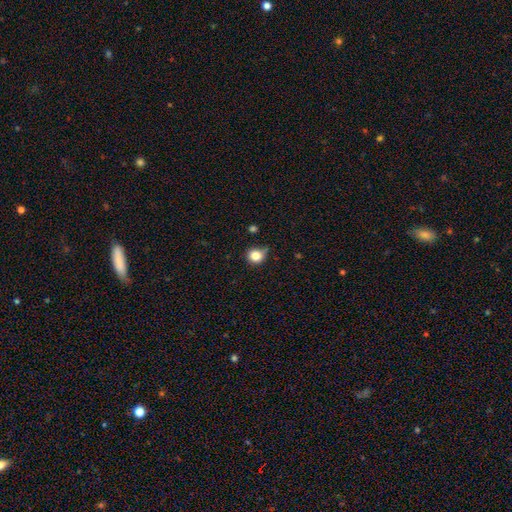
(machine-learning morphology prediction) This appears to be a smooth galaxy with no disk features (82%) that is round (86%). Merging: none (61%).